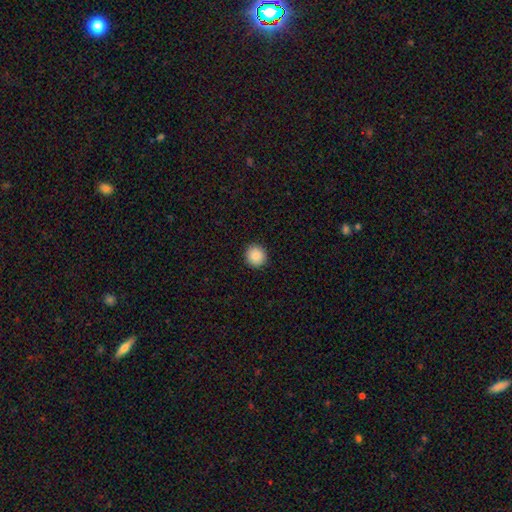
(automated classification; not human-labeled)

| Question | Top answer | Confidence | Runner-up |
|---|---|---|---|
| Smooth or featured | smooth | 87% | star or artifact (9%) |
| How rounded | round | 93% | in between (6%) |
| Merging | none | 93% | minor disturbance (5%) |